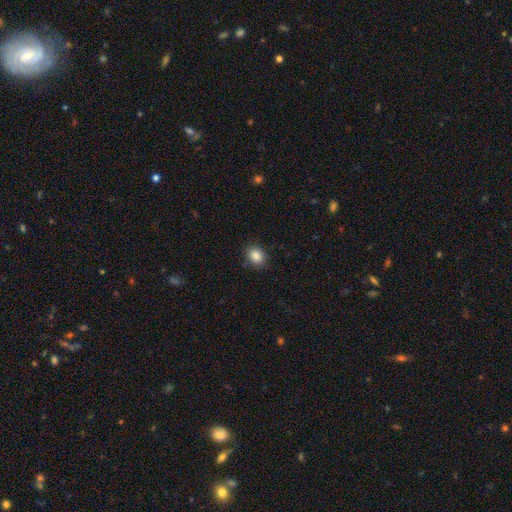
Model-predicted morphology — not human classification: smooth_or_featured: smooth (p=0.86) [alt: star or artifact p=0.09]
how_rounded: round (p=0.58) [alt: in between p=0.41]
merging: none (p=0.87) [alt: minor disturbance p=0.10]